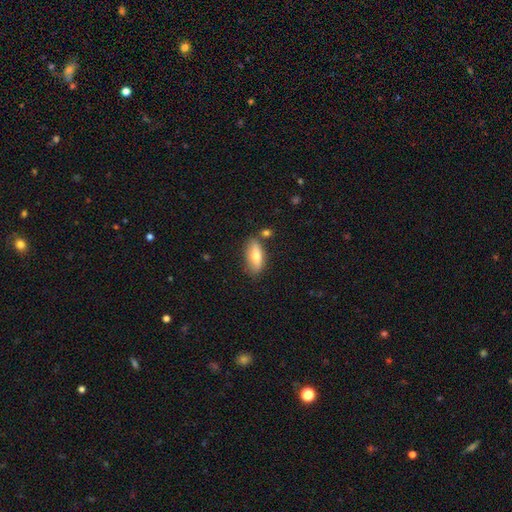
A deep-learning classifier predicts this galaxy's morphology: smooth 69%, featured or disk 25%, star or artifact 7%. Down the decision tree: how rounded — in between (75%); merging — none (73%).